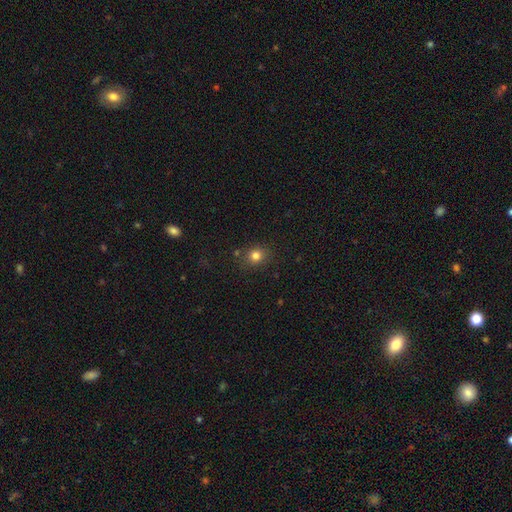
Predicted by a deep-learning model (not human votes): smooth_or_featured: smooth (p=0.80) [alt: star or artifact p=0.14]
how_rounded: round (p=0.78) [alt: in between p=0.21]
merging: none (p=0.82) [alt: minor disturbance p=0.11]